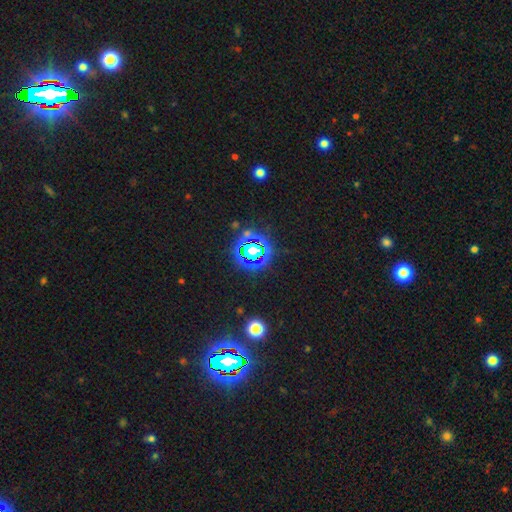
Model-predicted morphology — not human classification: This is clearly a star or artifact rather than a galaxy (81%).